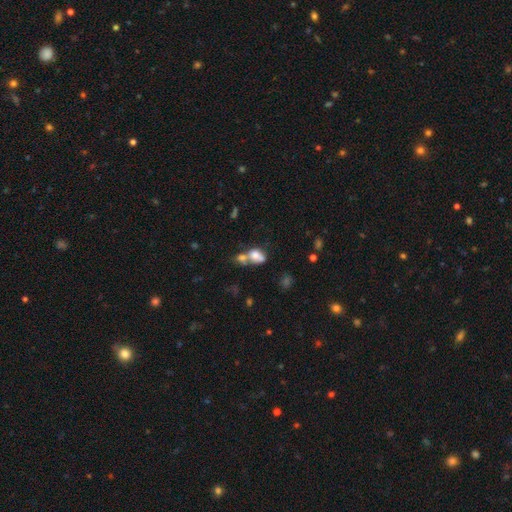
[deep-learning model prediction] A smooth galaxy with no disk features (69%) that is in between round and cigar-shaped (69%). Merging: merger (61%).